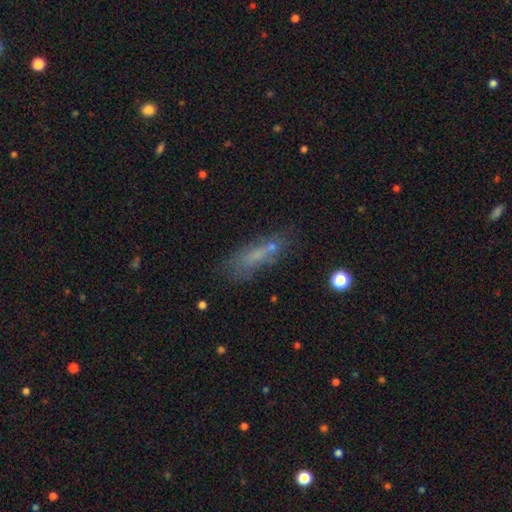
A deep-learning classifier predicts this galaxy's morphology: This is possibly a smooth galaxy (59%). How rounded: possibly cigar-shaped (54%). Merging: possibly none (56%).